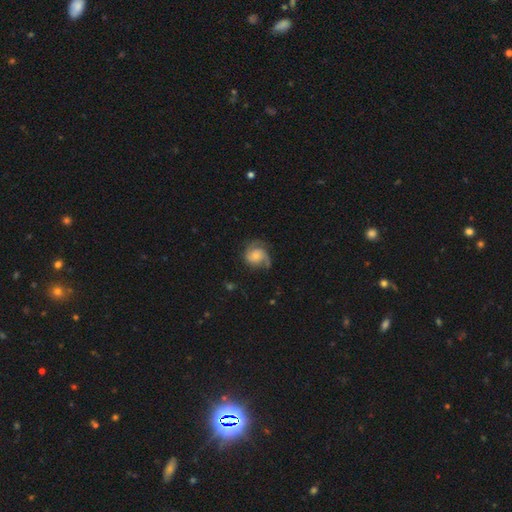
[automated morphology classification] A featured or disk galaxy (70%) with no bar (72%), 2 (51%) medium (43%) spiral arms (93%) and a small central bulge (53%). Merging: none (58%).